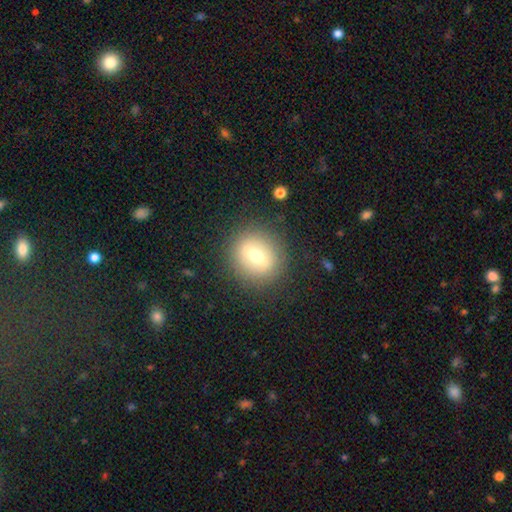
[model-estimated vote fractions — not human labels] This appears to be a featured or disk galaxy (48%). Merging: none (85%).